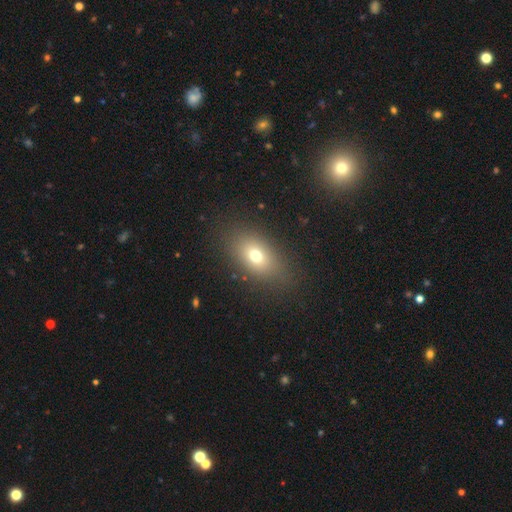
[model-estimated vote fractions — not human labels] Smooth or featured? smooth (70%)
How rounded? in between (77%)
Merging? none (80%)